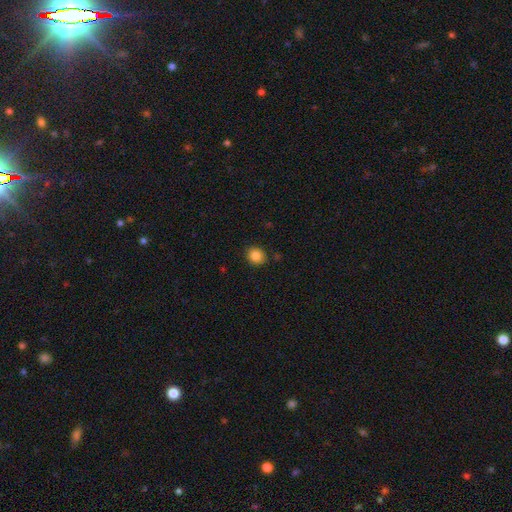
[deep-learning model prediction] A smooth galaxy with no disk features (86%) that is round (80%).

Vote fractions:
- Smooth or featured? smooth: 86% / star or artifact: 10% / featured or disk: 4%
- How rounded? round: 80% / in between: 19% / cigar-shaped: 1%
- Merging? none: 87% / minor disturbance: 9% / major disturbance: 2% / merger: 2%